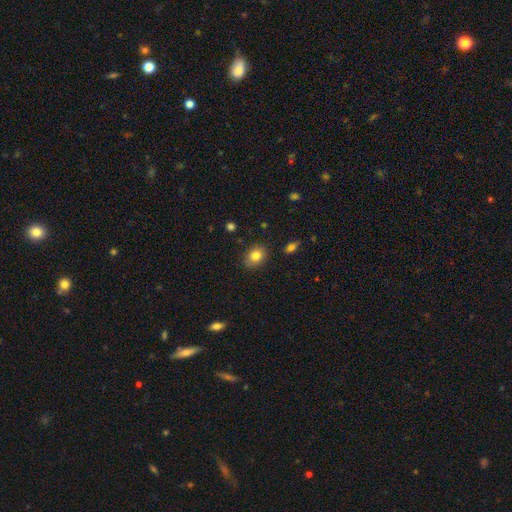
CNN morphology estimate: Smooth or featured? smooth (82%)
How rounded? in between (63%)
Merging? none (84%)